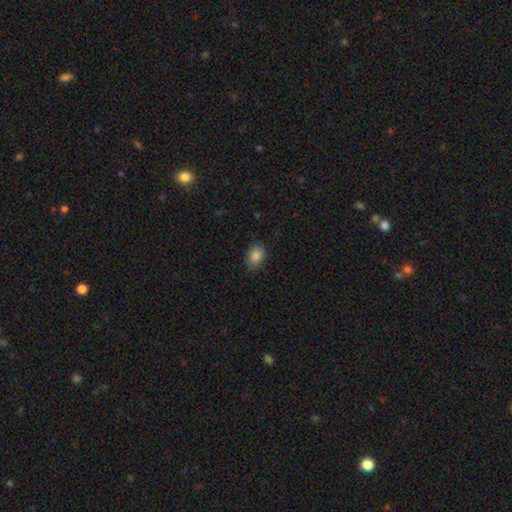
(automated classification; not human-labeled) This is clearly a smooth galaxy (87%). How rounded: likely in between (73%). Merging: clearly none (81%).